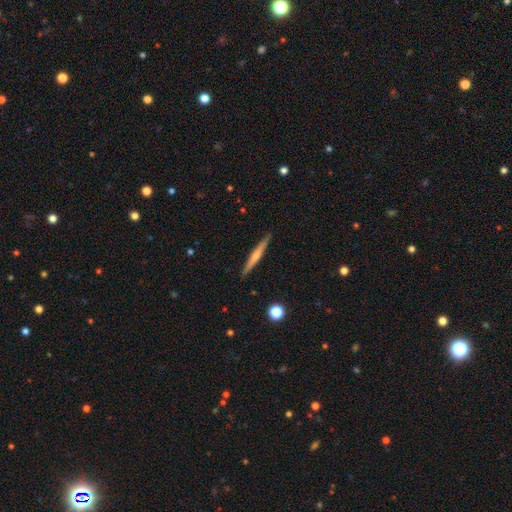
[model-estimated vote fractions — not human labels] Smooth or featured?
  - featured or disk: 48% *
  - smooth: 46%
  - star or artifact: 6%
Merging?
  - none: 90% *
  - minor disturbance: 7%
  - major disturbance: 1%
  - merger: 1%